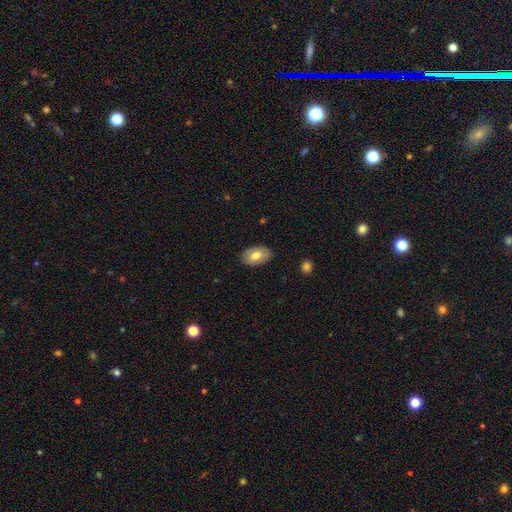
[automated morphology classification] type=smooth (69%); roundness=in between (90%); merging=none (85%).